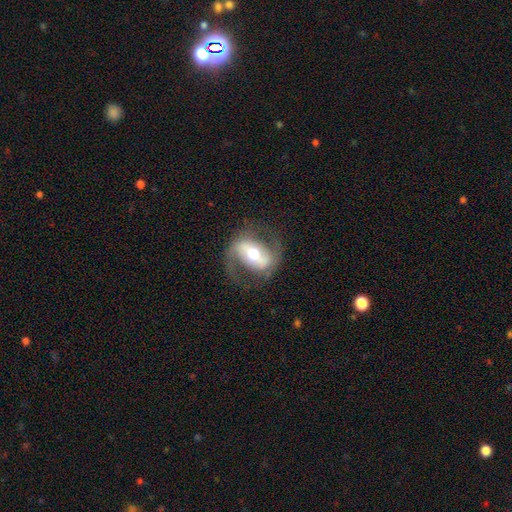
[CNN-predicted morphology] smooth-or-featured: featured or disk: 82% | smooth: 12% | star or artifact: 6%
  disk-edge-on: no: 96% | yes: 4%
    bar: strong: 45% | weak: 32% | no: 23%
    has-spiral-arms: yes: 90% | no: 10%
      spiral-winding: medium: 48% | loose: 33% | tight: 19%
      spiral-arm-count: 2: 87% | 1: 5% | can't tell: 5% | 3: 1% | 4: 1% | more than 4: 1%
    bulge-size: moderate: 66% | small: 20% | large: 11% | dominant: 2% | none: 1%
  merging: none: 72% | minor disturbance: 14% | major disturbance: 12% | merger: 1%